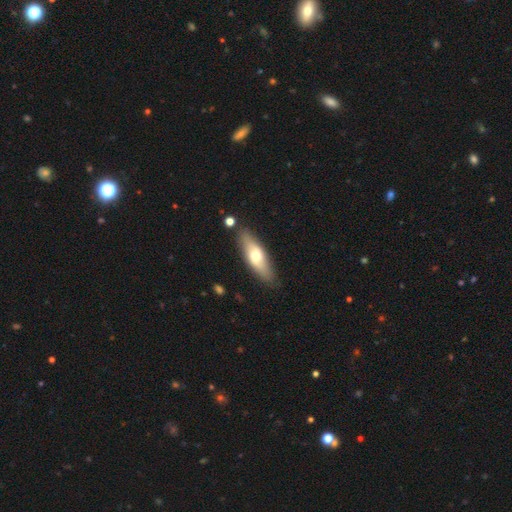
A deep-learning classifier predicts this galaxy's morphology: Q: Smooth or featured?
A: smooth (59%); runner-up: featured or disk (36%)
Q: How rounded?
A: in between (57%); runner-up: cigar-shaped (41%)
Q: Merging?
A: none (82%); runner-up: minor disturbance (12%)